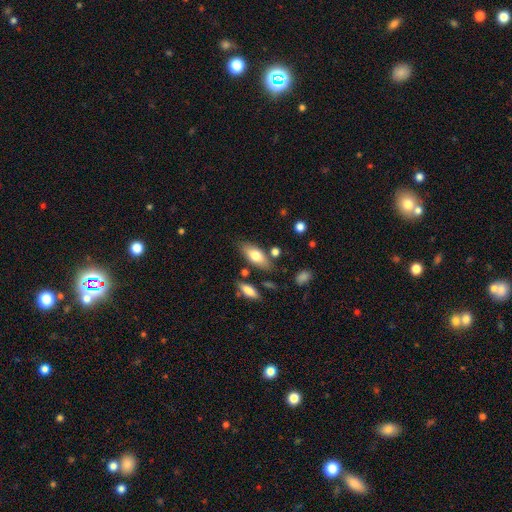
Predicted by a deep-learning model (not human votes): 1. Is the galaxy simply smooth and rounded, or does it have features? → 73% smooth, 21% featured or disk, 7% star or artifact.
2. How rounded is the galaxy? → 80% in between, 17% cigar-shaped, 3% round.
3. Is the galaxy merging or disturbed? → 75% none, 15% minor disturbance, 7% merger, 4% major disturbance.